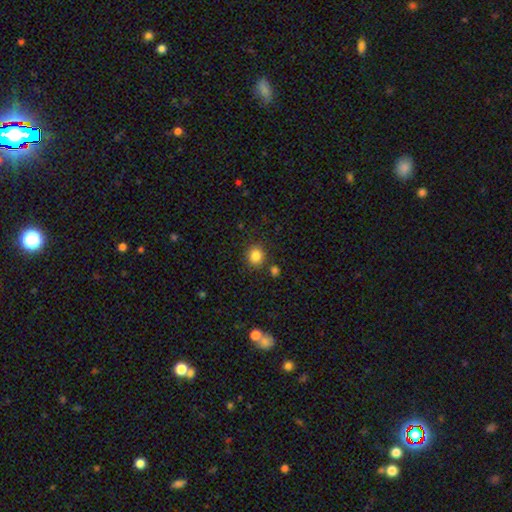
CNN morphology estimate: The model was most divided on "how rounded": round: 79%, in between: 20%, cigar-shaped: 1%. More confident: smooth or featured — smooth (84%); merging — none (83%).